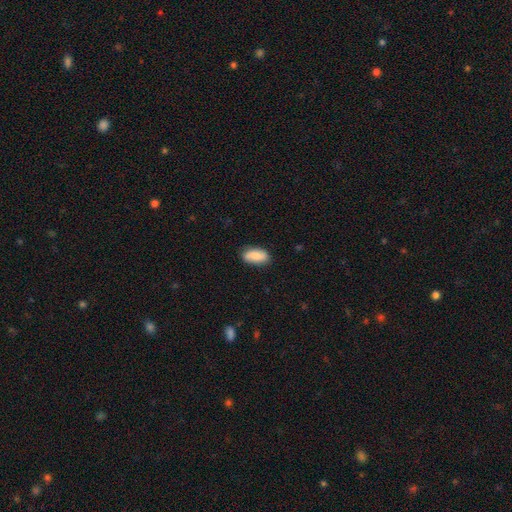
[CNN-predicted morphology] This is likely a smooth galaxy (80%). How rounded: clearly in between (91%). Merging: clearly none (81%).